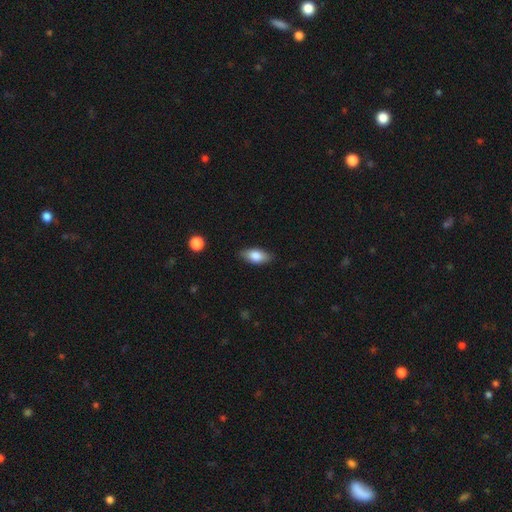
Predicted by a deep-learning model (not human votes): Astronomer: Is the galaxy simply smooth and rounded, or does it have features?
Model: smooth — 79%.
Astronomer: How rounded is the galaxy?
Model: in between — 88%.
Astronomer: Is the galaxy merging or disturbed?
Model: none — 84%.